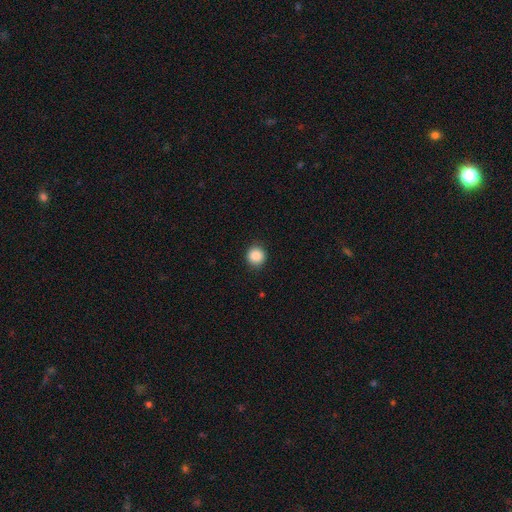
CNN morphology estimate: smooth_or_featured: smooth (p=0.88) [alt: star or artifact p=0.09]
how_rounded: round (p=0.92) [alt: in between p=0.07]
merging: none (p=0.90) [alt: minor disturbance p=0.07]